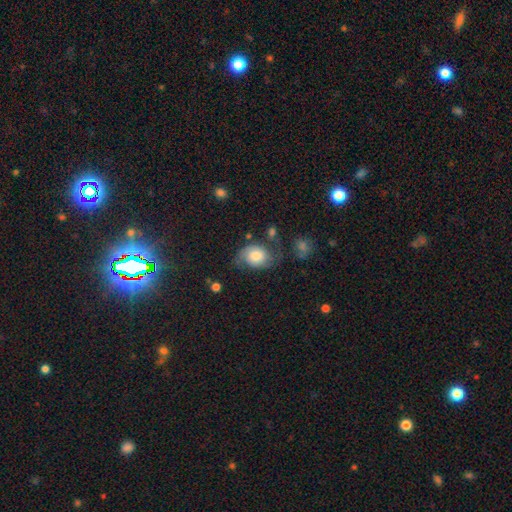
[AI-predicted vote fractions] A smooth galaxy with no disk features (47%).

Vote fractions:
- Smooth or featured? smooth: 47% / featured or disk: 44% / star or artifact: 9%
- Merging? none: 47% / minor disturbance: 29% / major disturbance: 19% / merger: 5%